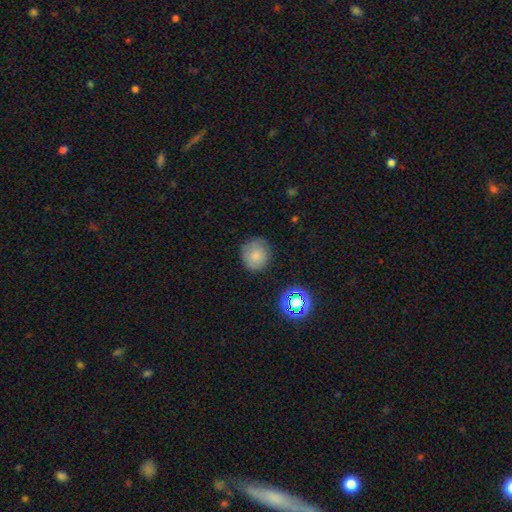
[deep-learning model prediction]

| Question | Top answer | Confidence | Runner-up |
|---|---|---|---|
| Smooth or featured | smooth | 78% | star or artifact (12%) |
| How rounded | round | 86% | in between (13%) |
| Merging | none | 78% | minor disturbance (16%) |